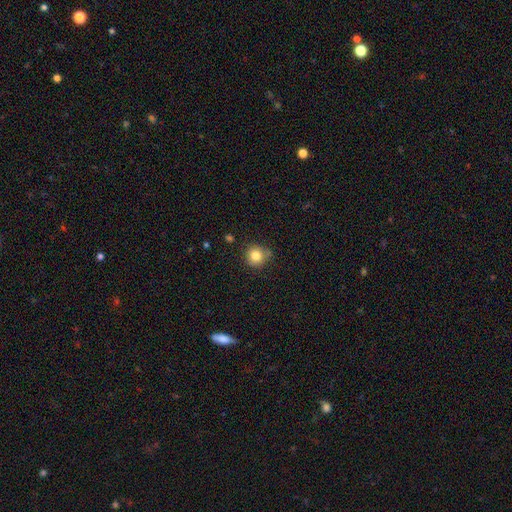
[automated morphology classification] A smooth galaxy with no disk features (82%) that is round (90%).

Vote fractions:
- Smooth or featured? smooth: 82% / star or artifact: 11% / featured or disk: 7%
- How rounded? round: 90% / in between: 9% / cigar-shaped: 1%
- Merging? none: 73% / minor disturbance: 17% / merger: 6% / major disturbance: 4%